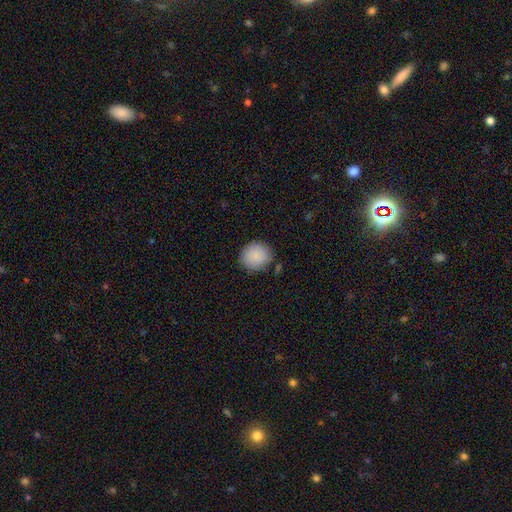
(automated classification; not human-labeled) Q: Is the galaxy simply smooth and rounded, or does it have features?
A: smooth — 88%.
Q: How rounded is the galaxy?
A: round — 85%.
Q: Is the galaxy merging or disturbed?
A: none — 82%.